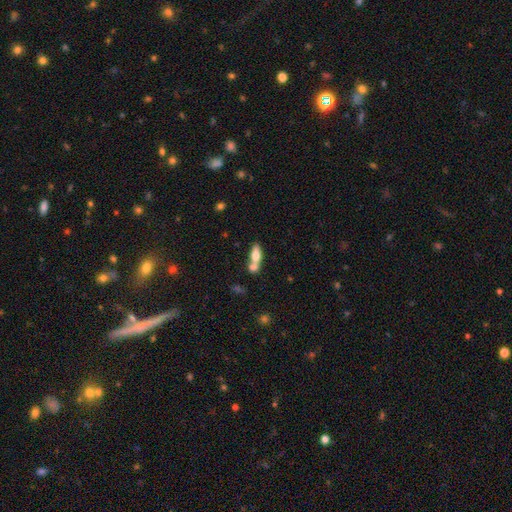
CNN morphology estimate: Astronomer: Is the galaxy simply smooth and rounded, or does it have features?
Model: smooth — 67%.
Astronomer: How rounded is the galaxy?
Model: in between — 67%.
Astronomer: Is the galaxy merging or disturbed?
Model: merger — 55% (runner-up: none, 32%).